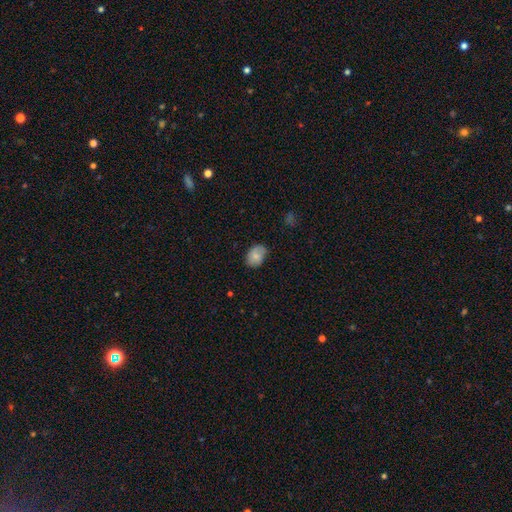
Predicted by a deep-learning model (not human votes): The model was most divided on "merging": none: 66%, minor disturbance: 28%, major disturbance: 5%, merger: 2%. More confident: smooth or featured — smooth (78%); how rounded — in between (74%).